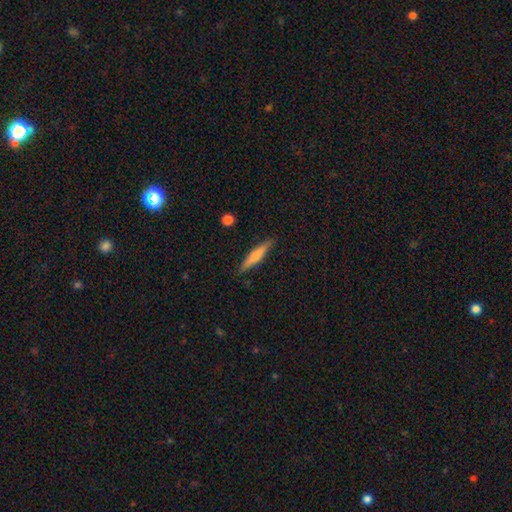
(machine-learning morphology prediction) Smooth or featured: smooth — 59% (featured or disk — 35%)
How rounded: cigar-shaped — 91% (in between — 8%)
Merging: none — 89% (minor disturbance — 8%)